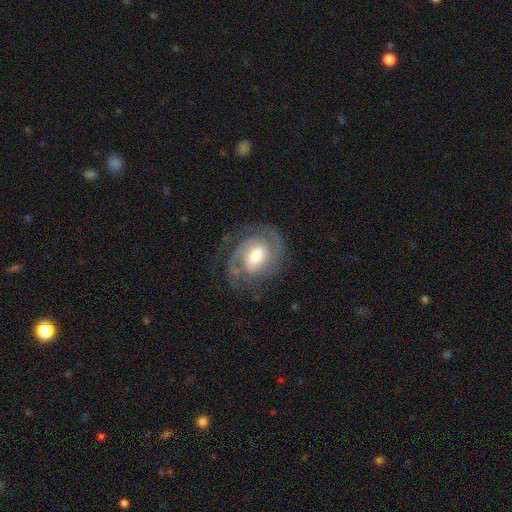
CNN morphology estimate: This appears to be a featured or disk galaxy (87%) with a weak bar (49%), 2 (73%) tight (52%) spiral arms (96%) and a moderate central bulge (62%). Merging: none (72%).